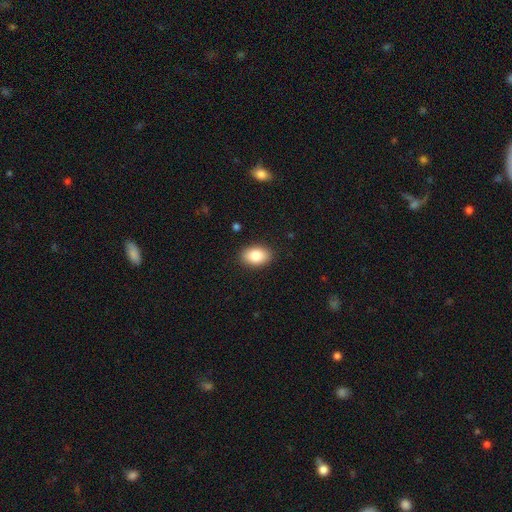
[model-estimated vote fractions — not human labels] Smooth or featured? smooth (85%)
How rounded? in between (88%)
Merging? none (89%)